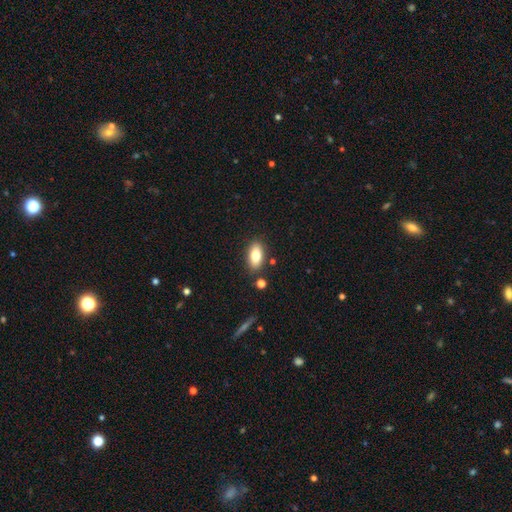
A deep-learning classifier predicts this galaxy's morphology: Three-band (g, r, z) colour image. It shows a smooth galaxy with no disk features (80%) that is in between round and cigar-shaped (90%). Merging: none (83%).